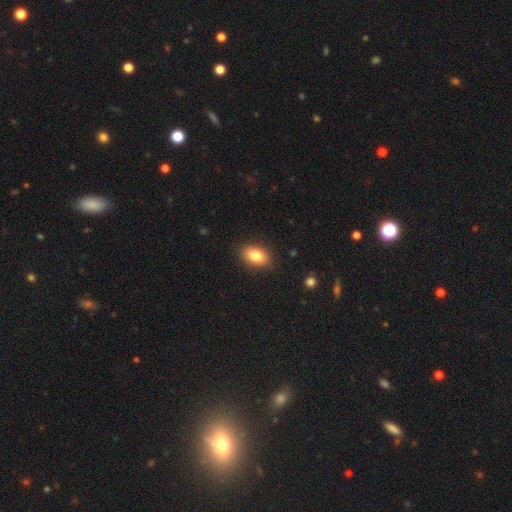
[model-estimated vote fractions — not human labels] Smooth or featured? Predicted: smooth (p=0.83). How rounded? Predicted: in between (p=0.86). Merging? Predicted: none (p=0.88).